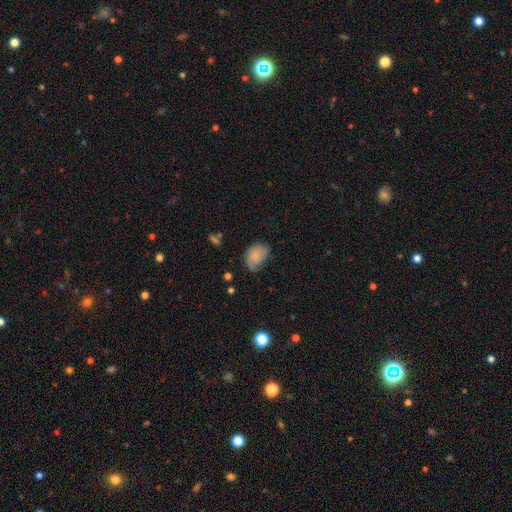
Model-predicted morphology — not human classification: This is likely a smooth galaxy (74%). How rounded: likely in between (80%). Merging: possibly none (52%).